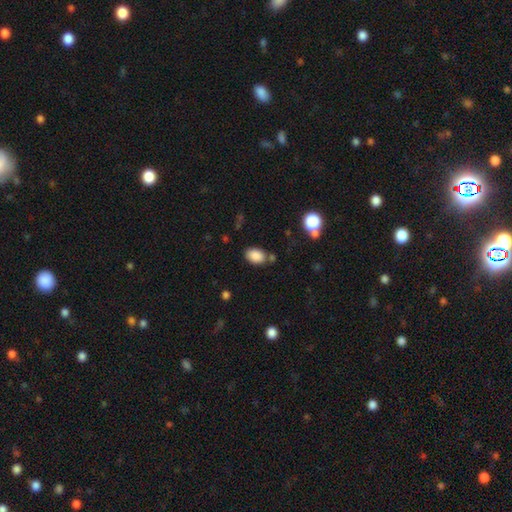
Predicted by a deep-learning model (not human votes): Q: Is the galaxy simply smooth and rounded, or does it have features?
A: smooth — 87%.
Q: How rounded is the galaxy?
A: in between — 84%.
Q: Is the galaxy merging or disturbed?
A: none — 76%.